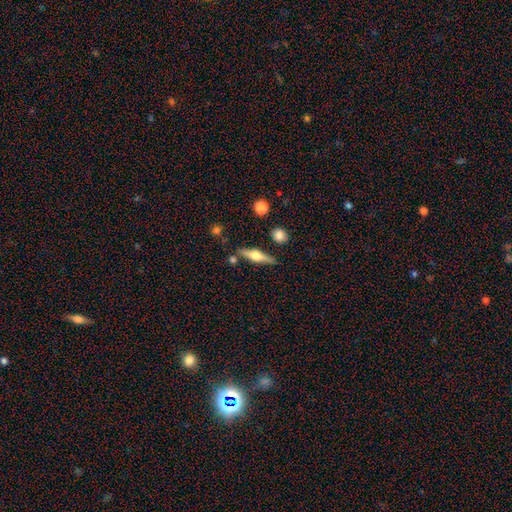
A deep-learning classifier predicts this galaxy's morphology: Smooth or featured? Predicted: featured or disk (p=0.61). Edge-on disk? Predicted: yes (p=0.95). Edge-on bulge? Predicted: rounded (p=0.93). Merging? Predicted: none (p=0.80).